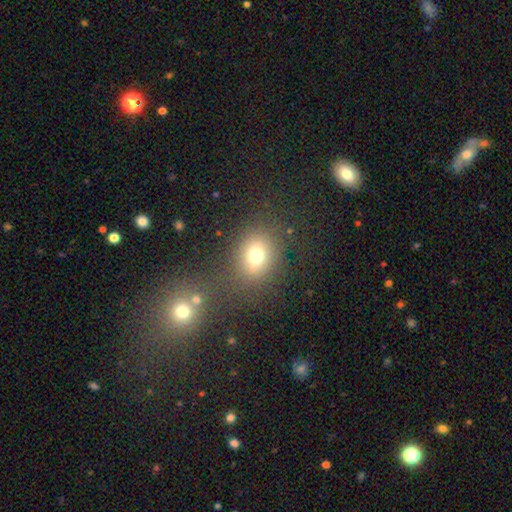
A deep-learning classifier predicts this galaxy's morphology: A smooth galaxy with no disk features (71%) that is round (61%).

Vote fractions:
- Smooth or featured? smooth: 71% / star or artifact: 18% / featured or disk: 11%
- How rounded? round: 61% / in between: 37% / cigar-shaped: 1%
- Merging? none: 70% / merger: 11% / minor disturbance: 11% / major disturbance: 7%